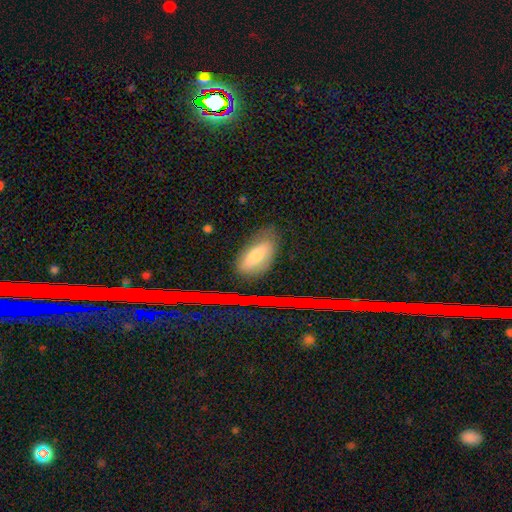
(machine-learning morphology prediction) The model was most divided on "smooth or featured": smooth: 67%, featured or disk: 20%, star or artifact: 12%. More confident: how rounded — in between (85%); merging — none (75%).